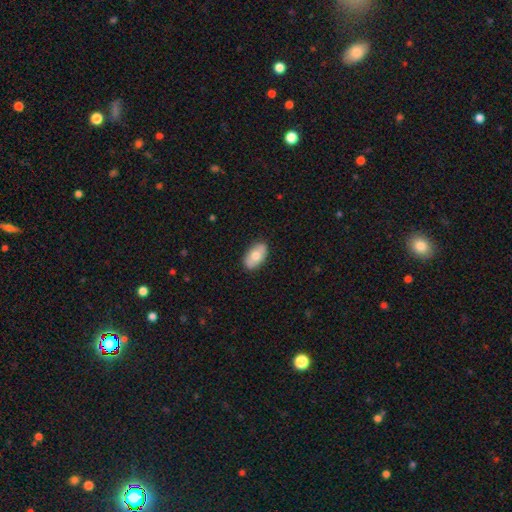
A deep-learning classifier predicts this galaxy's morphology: smooth_or_featured: smooth (p=0.72) [alt: featured or disk p=0.22]
how_rounded: in between (p=0.93) [alt: round p=0.04]
merging: none (p=0.86) [alt: minor disturbance p=0.10]